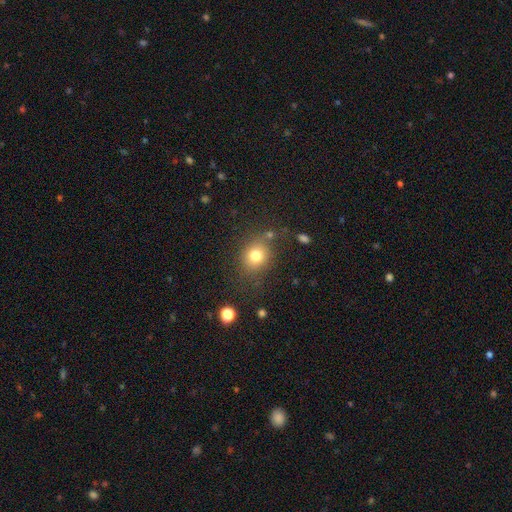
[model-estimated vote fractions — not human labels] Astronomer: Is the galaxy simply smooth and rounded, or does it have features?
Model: smooth — 78%.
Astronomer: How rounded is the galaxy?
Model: round — 69%.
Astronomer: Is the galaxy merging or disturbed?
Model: none — 72%.